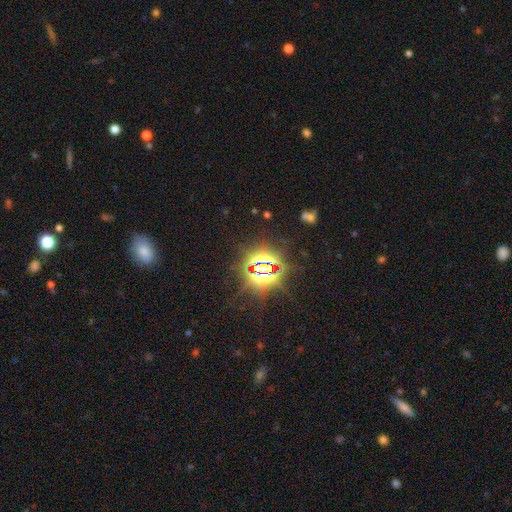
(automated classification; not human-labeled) smooth-or-featured: star or artifact: 82% | smooth: 12% | featured or disk: 6%